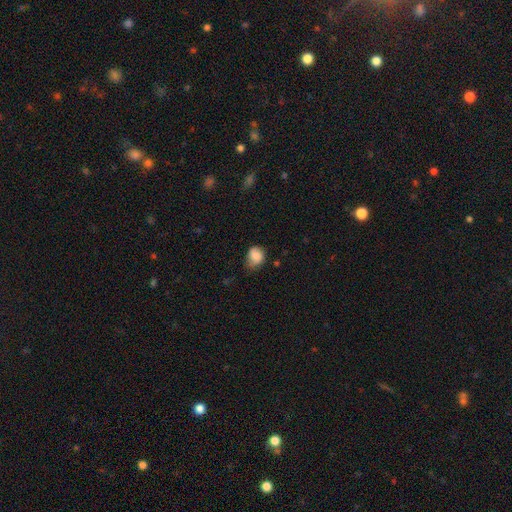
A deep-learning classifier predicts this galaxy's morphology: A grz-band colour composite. It shows a smooth galaxy with no disk features (82%) that is round (57%). Merging: none (48%).